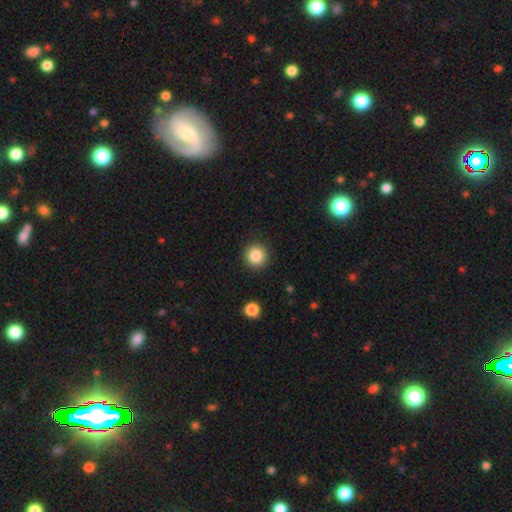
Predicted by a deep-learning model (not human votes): Smooth or featured? smooth (84%)
How rounded? round (95%)
Merging? none (91%)